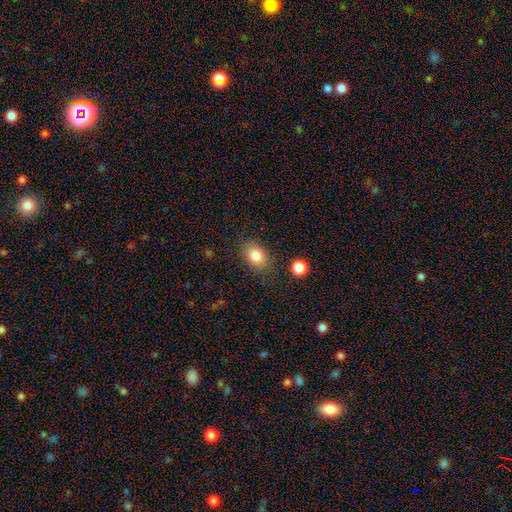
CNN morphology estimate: Overall: smooth (81%). How rounded: in between (67%; round 32%). Merging: none (76%).